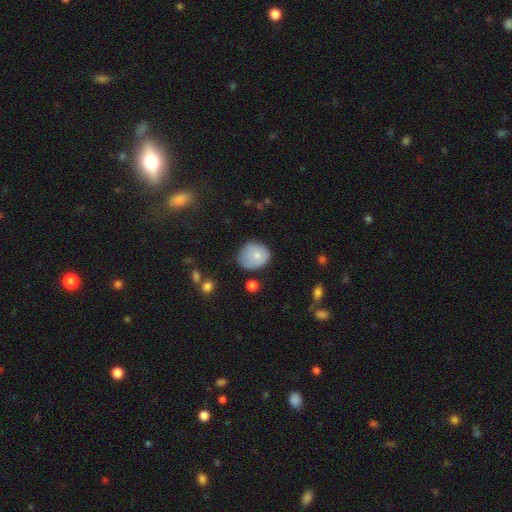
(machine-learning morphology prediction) Smooth or featured?
  - smooth: 75% *
  - featured or disk: 16%
  - star or artifact: 9%
How rounded?
  - round: 70% *
  - in between: 29%
  - cigar-shaped: 1%
Merging?
  - none: 53% *
  - minor disturbance: 34%
  - major disturbance: 10%
  - merger: 3%